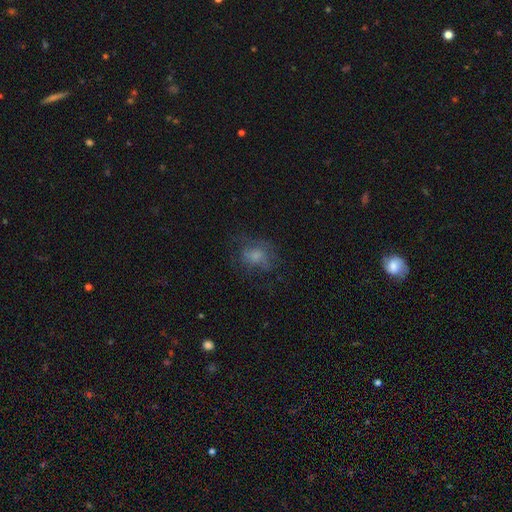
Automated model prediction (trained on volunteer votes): Morphology: type=smooth (51%); roundness=round (54%); merging=none (52%).